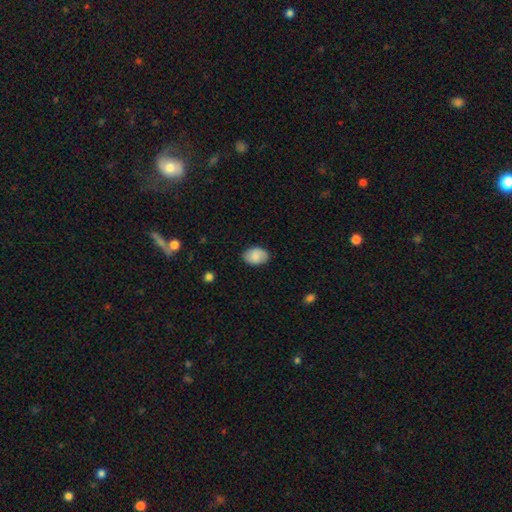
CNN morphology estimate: Overall: smooth (81%). How rounded: in between (83%). Merging: none (83%).